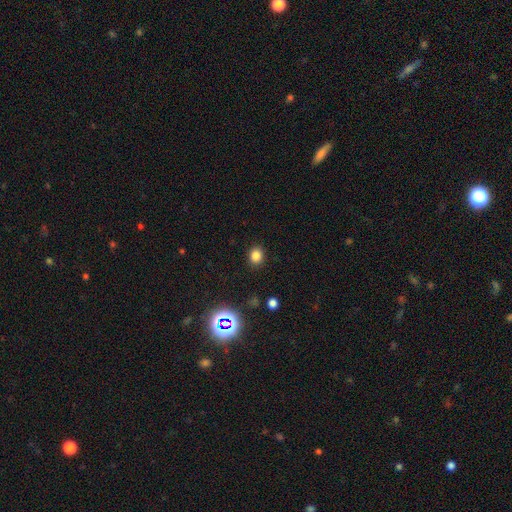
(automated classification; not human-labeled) Smooth or featured?
  - smooth: 80% *
  - star or artifact: 15%
  - featured or disk: 5%
How rounded?
  - round: 62% *
  - in between: 37%
  - cigar-shaped: 1%
Merging?
  - none: 89% *
  - minor disturbance: 7%
  - major disturbance: 2%
  - merger: 1%